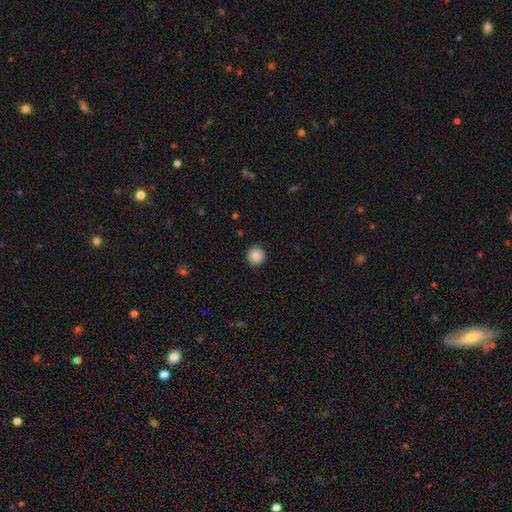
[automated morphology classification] This appears to be a smooth galaxy with no disk features (88%) that is round (95%). Merging: none (92%).